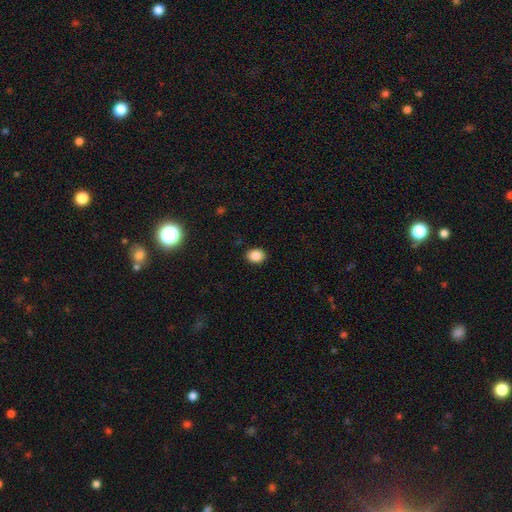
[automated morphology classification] smooth-or-featured: smooth: 88% | star or artifact: 9% | featured or disk: 3%
  how-rounded: in between: 55% | round: 44% | cigar-shaped: 1%
  merging: none: 90% | minor disturbance: 7% | major disturbance: 2% | merger: 1%